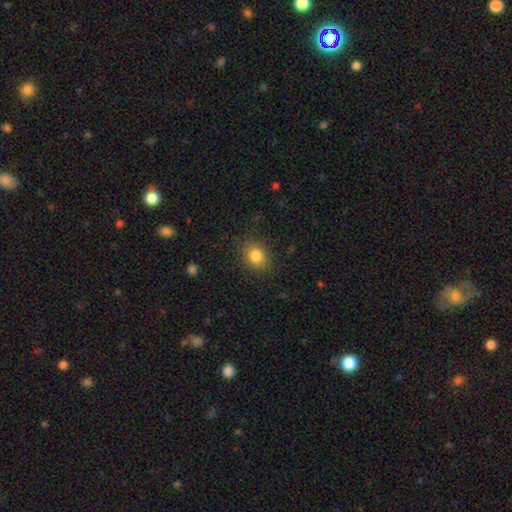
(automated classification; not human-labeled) smooth-or-featured: smooth: 83% | star or artifact: 11% | featured or disk: 6%
  how-rounded: round: 65% | in between: 35% | cigar-shaped: 1%
  merging: none: 87% | minor disturbance: 9% | major disturbance: 3% | merger: 1%